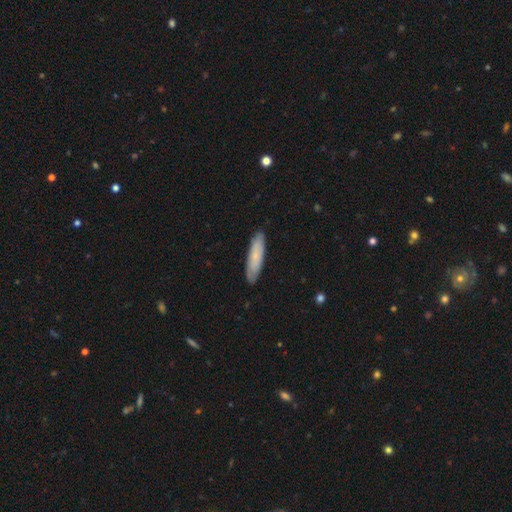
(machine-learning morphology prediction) smooth-or-featured: smooth: 71% | featured or disk: 23% | star or artifact: 6%
  how-rounded: cigar-shaped: 76% | in between: 22% | round: 1%
  merging: none: 87% | minor disturbance: 10% | major disturbance: 2% | merger: 1%